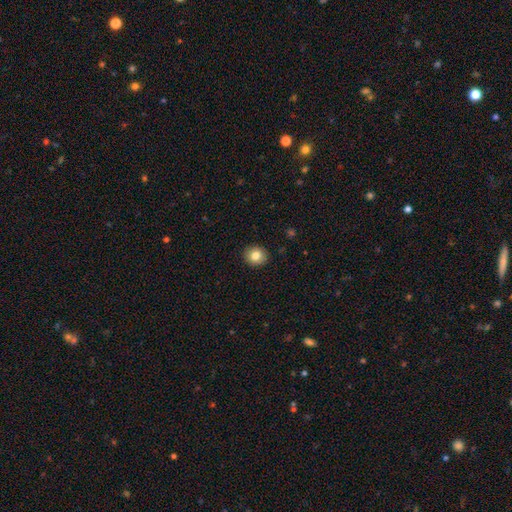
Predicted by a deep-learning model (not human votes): A smooth galaxy with no disk features (82%) that is round (84%). Merging: none (91%).